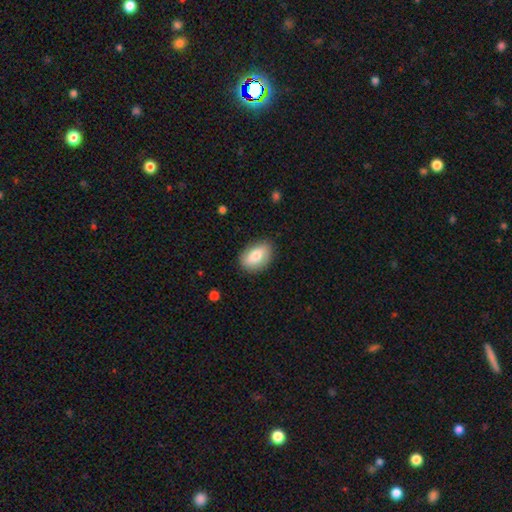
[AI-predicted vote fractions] Morphology: type=smooth (77%); roundness=in between (88%); merging=none (85%).